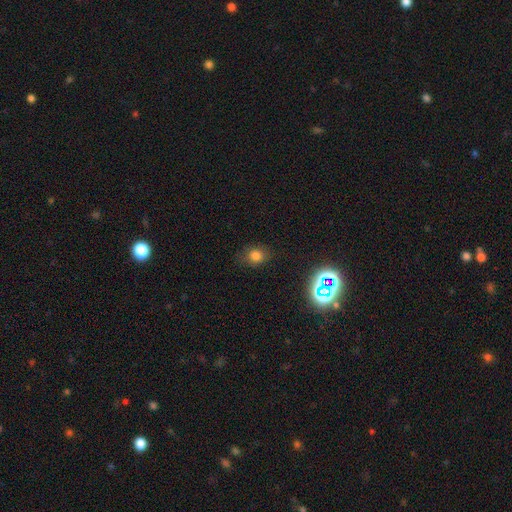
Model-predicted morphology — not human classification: The model was most divided on "how rounded": round: 60%, in between: 38%, cigar-shaped: 1%. More confident: merging — none (79%); smooth or featured — smooth (75%).